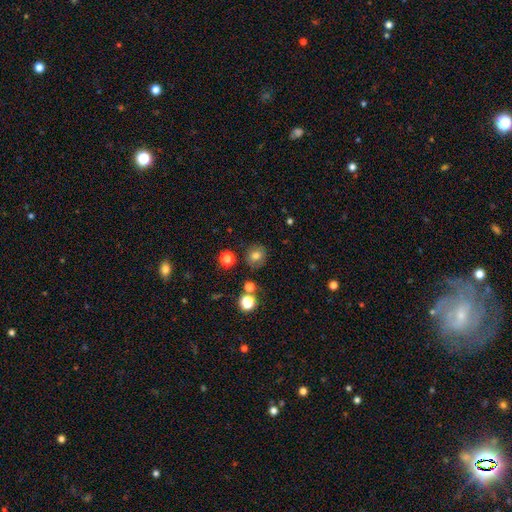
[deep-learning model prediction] A smooth galaxy with no disk features (73%) that is round (82%). Merging: none (83%).